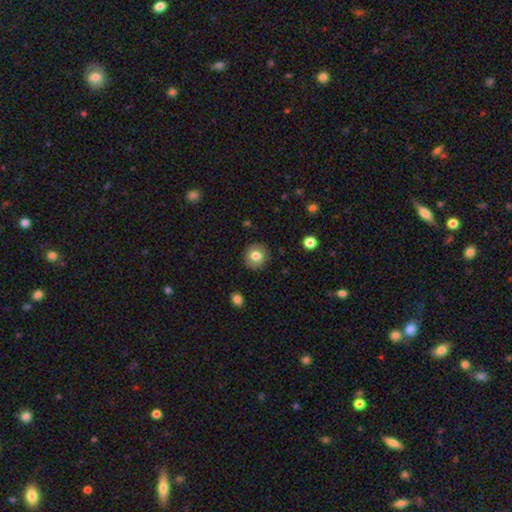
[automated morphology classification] Smooth or featured: smooth — 79% (featured or disk — 12%)
How rounded: round — 89% (in between — 10%)
Merging: none — 89% (minor disturbance — 8%)